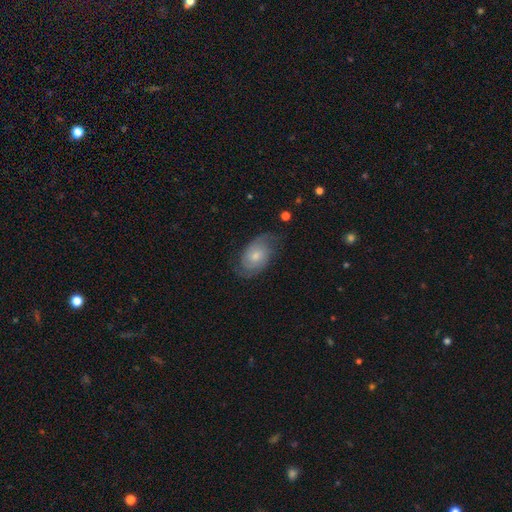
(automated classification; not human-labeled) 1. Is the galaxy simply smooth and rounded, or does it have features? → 68% featured or disk, 25% smooth, 7% star or artifact.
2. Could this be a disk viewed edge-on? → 96% no, 4% yes.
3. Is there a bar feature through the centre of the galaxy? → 68% no, 28% weak, 4% strong.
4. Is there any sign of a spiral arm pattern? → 91% yes, 9% no.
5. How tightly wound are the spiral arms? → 40% tight (tied), 40% medium (tied), 20% loose.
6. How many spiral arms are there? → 81% 2, 11% can't tell, 3% 1, 2% 3, 1% 4, 1% more than 4.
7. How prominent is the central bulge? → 50% moderate, 41% small, 4% large, 3% none, 1% dominant.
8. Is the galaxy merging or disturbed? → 69% none, 20% minor disturbance, 10% major disturbance, 1% merger.